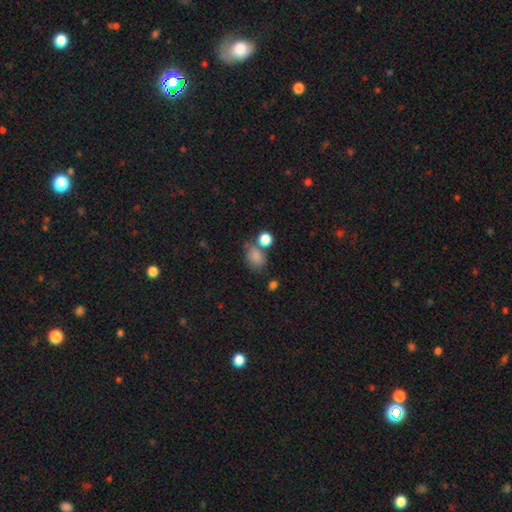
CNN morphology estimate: Q: Smooth or featured?
A: smooth (81%); runner-up: star or artifact (12%)
Q: How rounded?
A: in between (68%); runner-up: round (31%)
Q: Merging?
A: none (53%); runner-up: merger (20%)